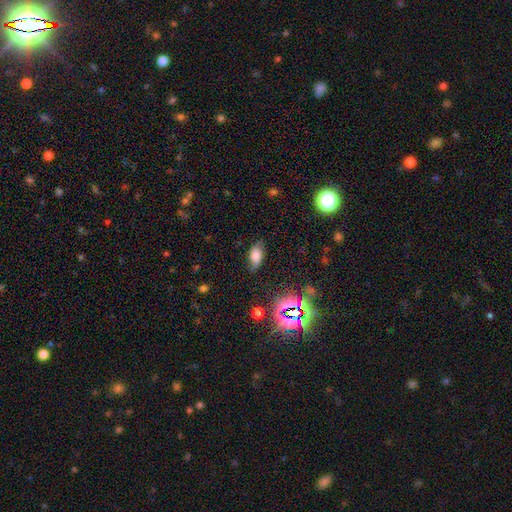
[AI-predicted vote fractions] This appears to be a smooth galaxy with no disk features (63%) that is in between round and cigar-shaped (88%). Merging: none (72%).